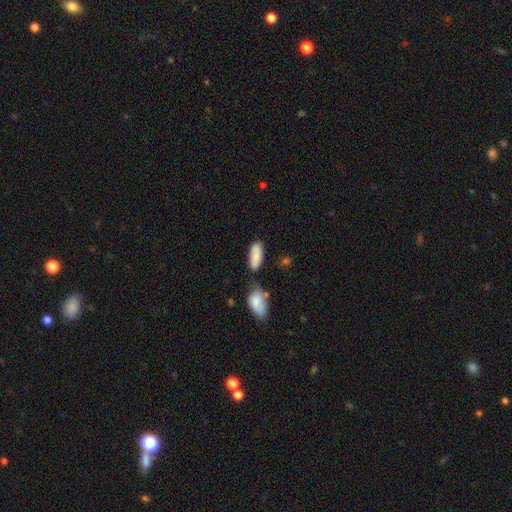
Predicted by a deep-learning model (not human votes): Smooth or featured?
  - smooth: 84% *
  - featured or disk: 9%
  - star or artifact: 7%
How rounded?
  - in between: 81% *
  - cigar-shaped: 16%
  - round: 2%
Merging?
  - none: 54% *
  - merger: 20%
  - minor disturbance: 20%
  - major disturbance: 6%